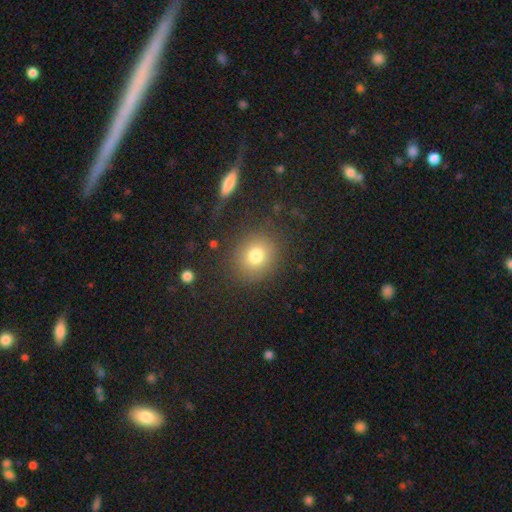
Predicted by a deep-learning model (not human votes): Q: Smooth or featured?
A: smooth (79%); runner-up: star or artifact (11%)
Q: How rounded?
A: round (77%); runner-up: in between (22%)
Q: Merging?
A: none (83%); runner-up: minor disturbance (10%)